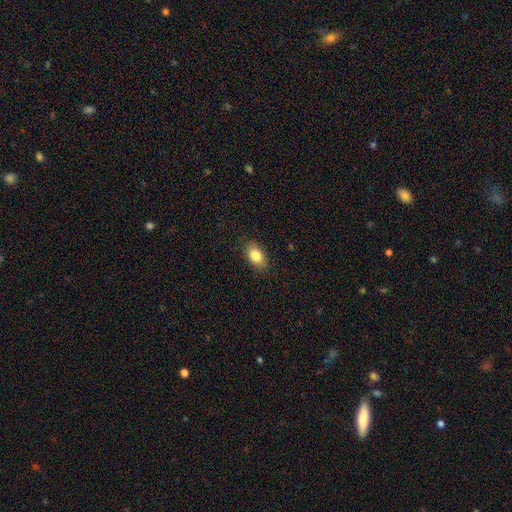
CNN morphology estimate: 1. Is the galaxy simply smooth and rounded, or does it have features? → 84% smooth, 8% featured or disk, 8% star or artifact.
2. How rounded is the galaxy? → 89% in between, 9% round, 2% cigar-shaped.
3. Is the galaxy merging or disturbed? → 86% none, 11% minor disturbance, 2% major disturbance, 1% merger.